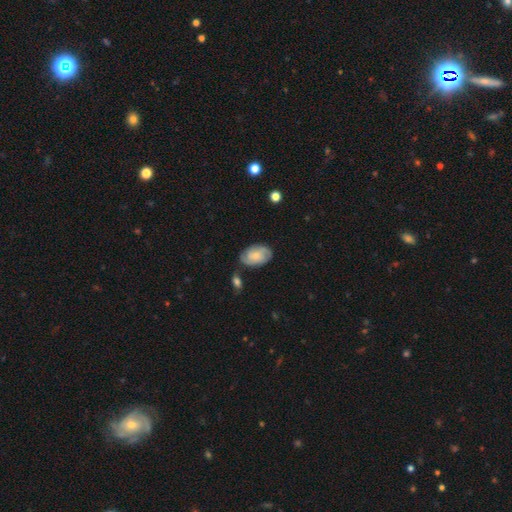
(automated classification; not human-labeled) featured or disk 52%, smooth 41%, star or artifact 7%. Down the decision tree: edge-on disk — no (96%); bar — no (73%); spiral arms — yes (85%); bulge size — small (62%); merging — none (70%).